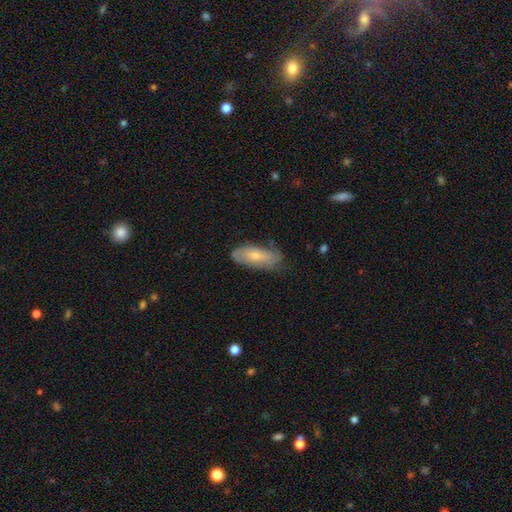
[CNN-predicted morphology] This is possibly a smooth galaxy (54%). How rounded: clearly in between (80%). Merging: likely none (62%).